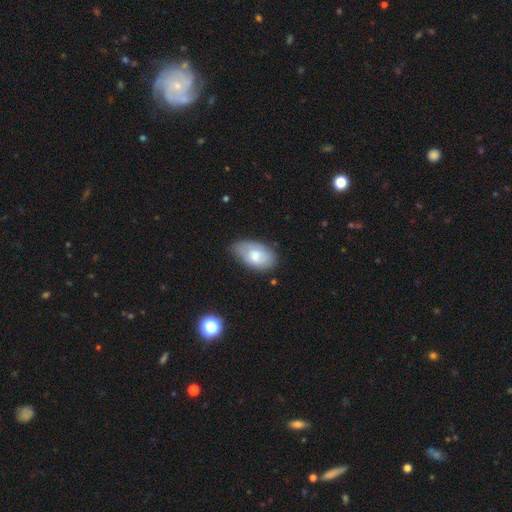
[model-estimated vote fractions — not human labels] Smooth or featured? smooth (71%)
How rounded? in between (94%)
Merging? none (61%)